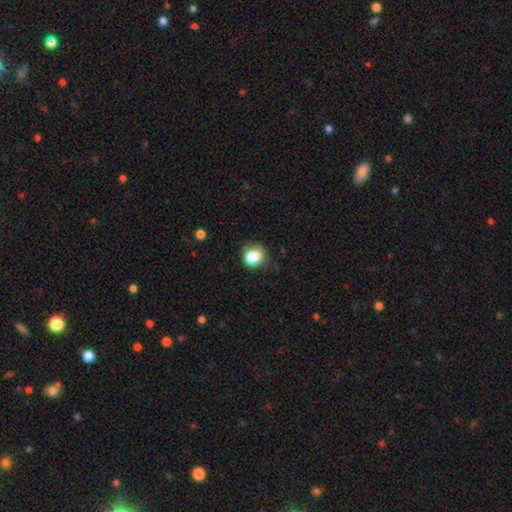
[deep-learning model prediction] A smooth galaxy with no disk features (78%) that is round (69%). Merging: none (52%).